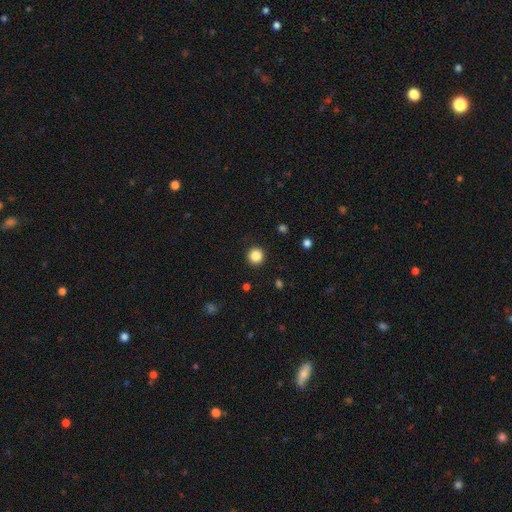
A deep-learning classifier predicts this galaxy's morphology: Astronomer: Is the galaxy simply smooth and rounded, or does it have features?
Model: smooth — 86%.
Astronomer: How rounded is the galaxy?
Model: round — 94%.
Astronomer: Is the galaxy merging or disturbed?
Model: none — 92%.